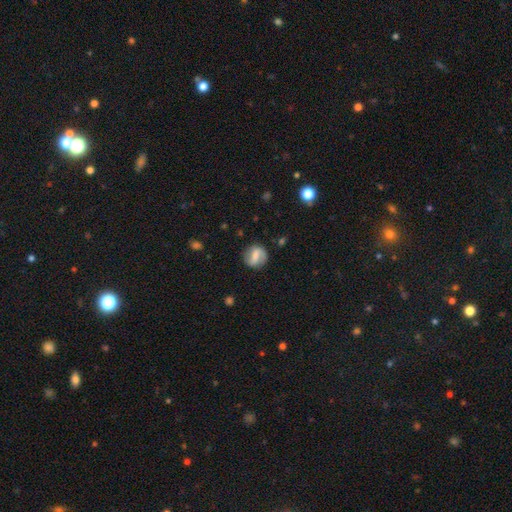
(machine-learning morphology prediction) Smooth or featured? Predicted: featured or disk (p=0.55). Edge-on disk? Predicted: no (p=0.96). Bar? Predicted: strong (p=0.46). Spiral arms? Predicted: yes (p=0.78). Bulge size? Predicted: small (p=0.35, tied with moderate). Merging? Predicted: none (p=0.81).